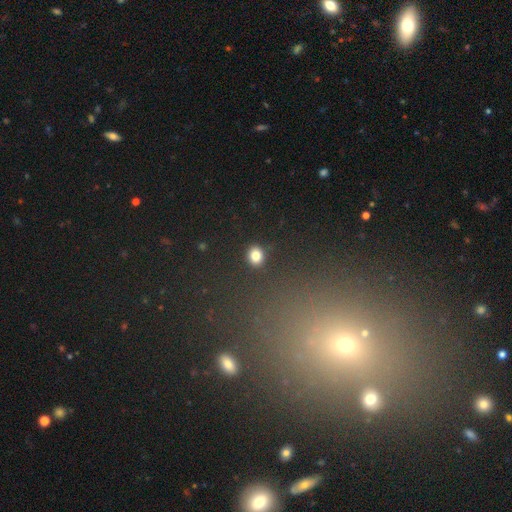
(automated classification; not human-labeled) smooth 82%, star or artifact 12%, featured or disk 6%. Down the decision tree: how rounded — round (71%); merging — none (88%).